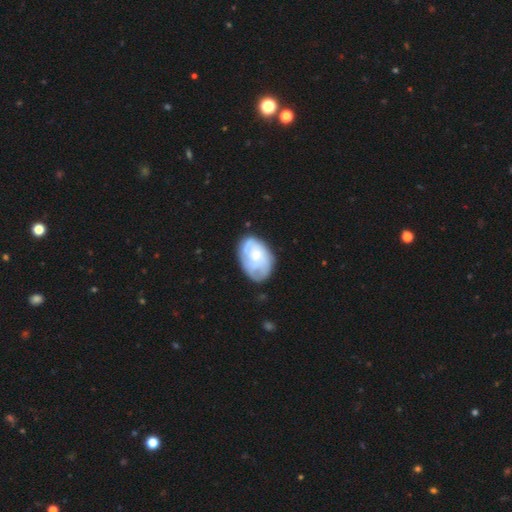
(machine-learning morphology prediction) type=featured or disk (50%); edge-on=no (96%); merging=none (65%).